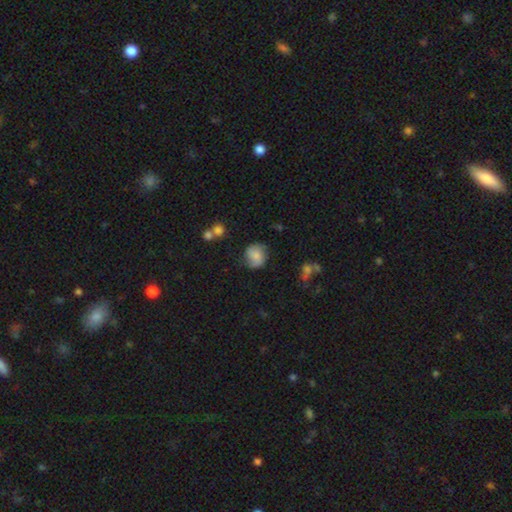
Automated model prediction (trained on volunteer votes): This appears to be a smooth galaxy with no disk features (58%) that is round (75%). Merging: none (69%).